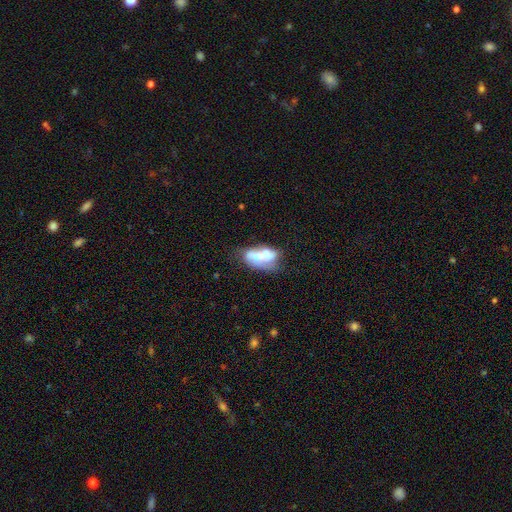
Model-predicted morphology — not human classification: Smooth or featured?
  - featured or disk: 48% *
  - smooth: 43%
  - star or artifact: 9%
Merging?
  - merger: 31% *
  - none: 29%
  - minor disturbance: 21%
  - major disturbance: 19%